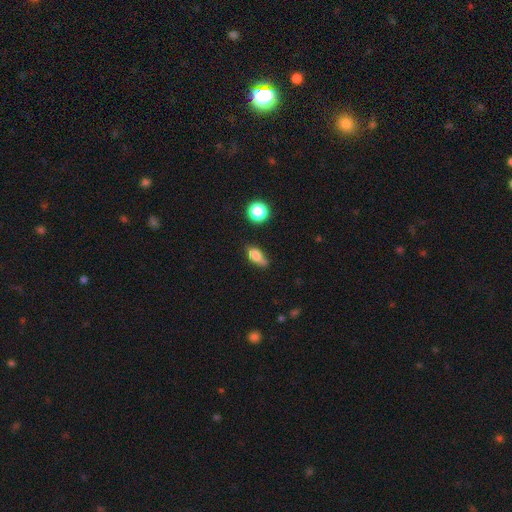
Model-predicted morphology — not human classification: Smooth or featured? Predicted: smooth (p=0.73). How rounded? Predicted: in between (p=0.75). Merging? Predicted: none (p=0.50).